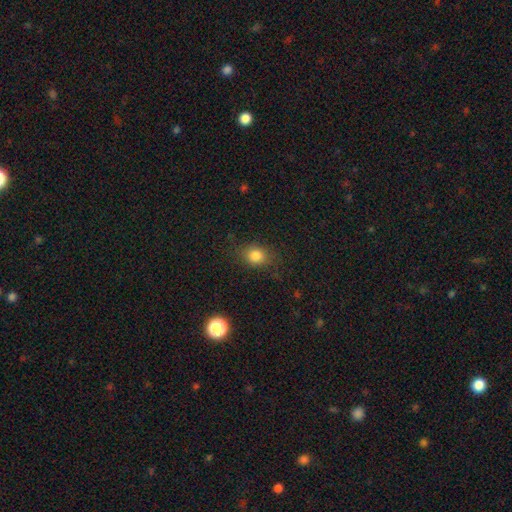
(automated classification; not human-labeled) Smooth or featured? smooth (82%)
How rounded? round (55%)
Merging? none (80%)